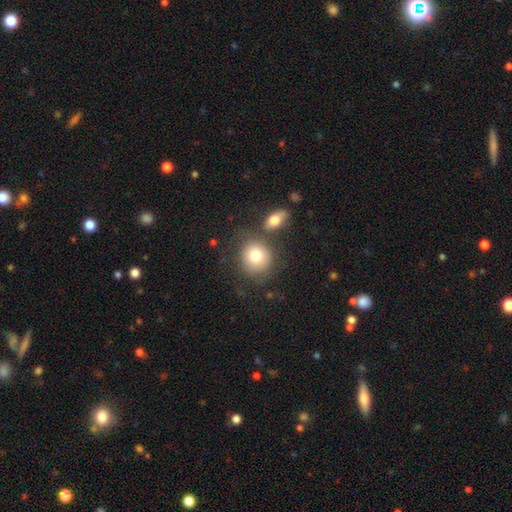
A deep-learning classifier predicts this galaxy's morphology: smooth-or-featured: smooth: 79% | featured or disk: 13% | star or artifact: 9%
  how-rounded: round: 83% | in between: 16% | cigar-shaped: 1%
  merging: none: 66% | merger: 18% | minor disturbance: 12% | major disturbance: 5%